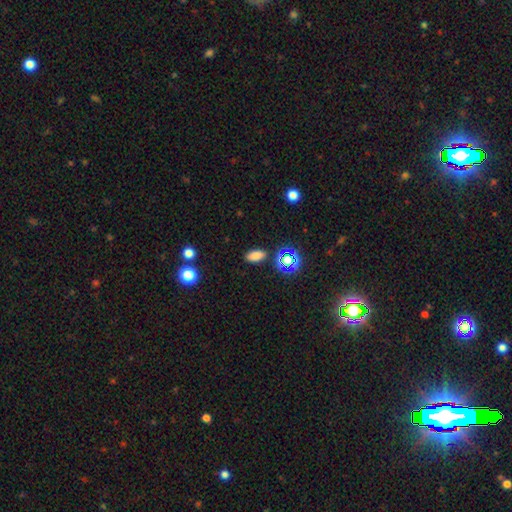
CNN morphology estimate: Q: Smooth or featured?
A: smooth (76%); runner-up: star or artifact (19%)
Q: How rounded?
A: in between (88%); runner-up: round (7%)
Q: Merging?
A: none (86%); runner-up: minor disturbance (9%)